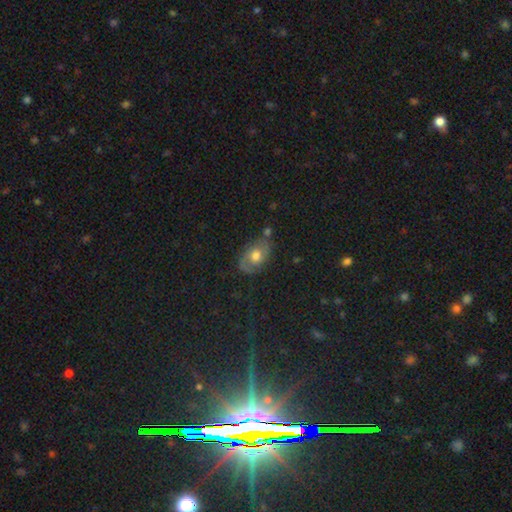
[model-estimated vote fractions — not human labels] Smooth or featured? featured or disk (49%)
Merging? none (66%)